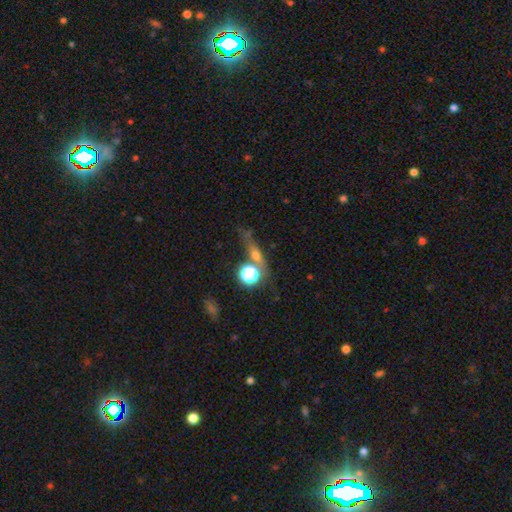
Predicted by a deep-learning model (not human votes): smooth 43%, featured or disk 30%, star or artifact 27%. Down the decision tree: merging — none (62%).